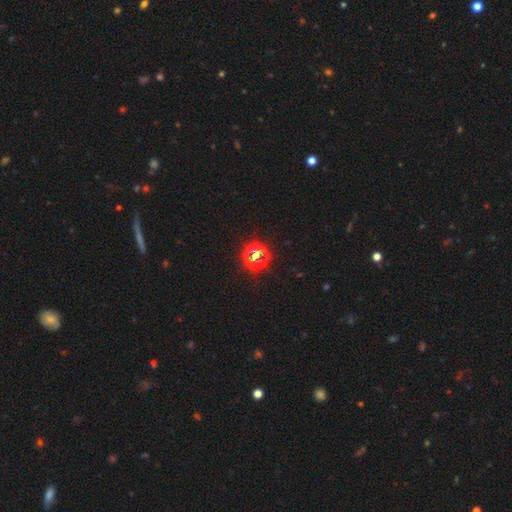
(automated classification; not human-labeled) smooth_or_featured: star or artifact (p=0.68) [alt: smooth p=0.23]